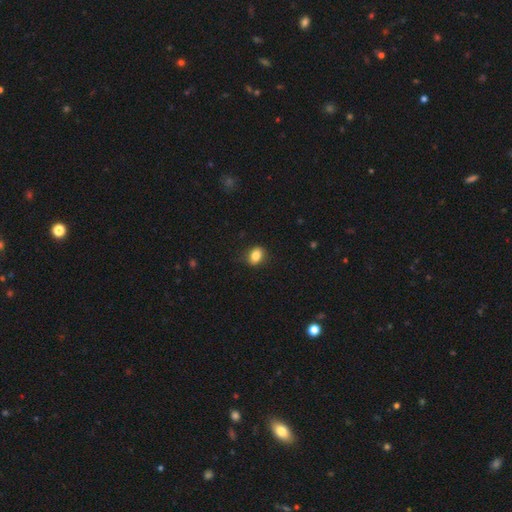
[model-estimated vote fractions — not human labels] This is clearly a smooth galaxy (83%). How rounded: likely in between (70%). Merging: clearly none (83%).